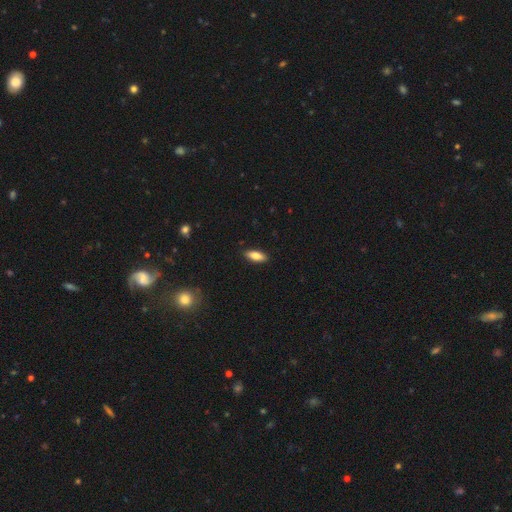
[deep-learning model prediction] This is clearly a smooth galaxy (81%). How rounded: likely in between (74%). Merging: clearly none (89%).